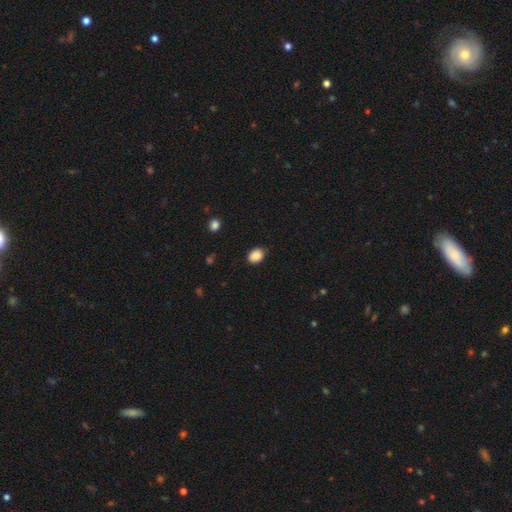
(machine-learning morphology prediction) smooth_or_featured: smooth (p=0.89) [alt: star or artifact p=0.09]
how_rounded: in between (p=0.60) [alt: round p=0.39]
merging: none (p=0.84) [alt: minor disturbance p=0.13]